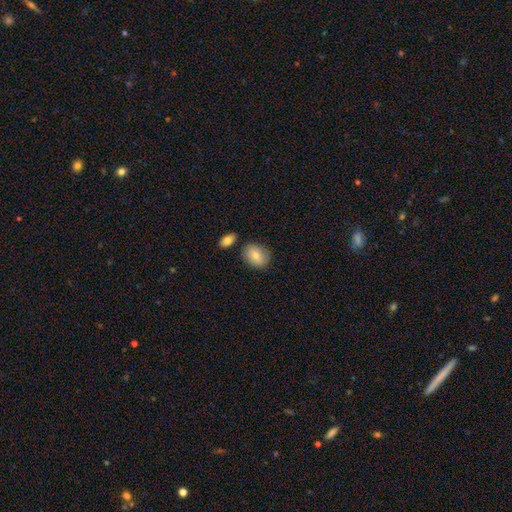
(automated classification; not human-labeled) Smooth or featured?
  - smooth: 76% *
  - featured or disk: 17%
  - star or artifact: 7%
How rounded?
  - in between: 59% *
  - round: 40%
  - cigar-shaped: 1%
Merging?
  - none: 75% *
  - minor disturbance: 14%
  - merger: 8%
  - major disturbance: 3%